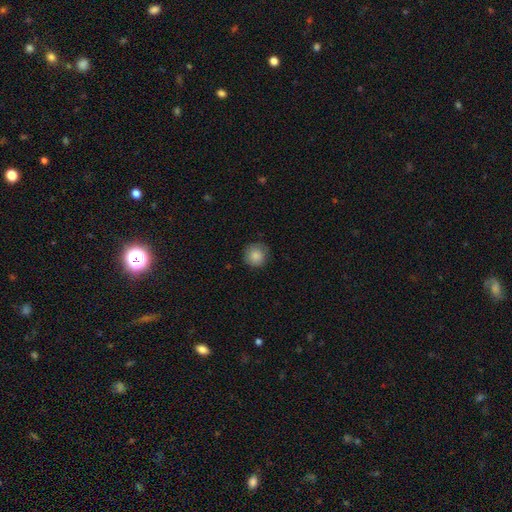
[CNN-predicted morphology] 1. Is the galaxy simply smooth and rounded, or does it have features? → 85% smooth, 9% star or artifact, 7% featured or disk.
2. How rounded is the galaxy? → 94% round, 6% in between, 1% cigar-shaped.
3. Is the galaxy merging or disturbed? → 82% none, 14% minor disturbance, 3% major disturbance, 1% merger.